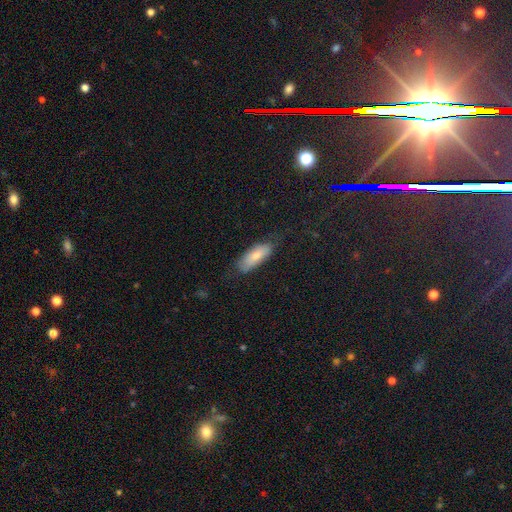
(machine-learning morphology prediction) Q: Smooth or featured?
A: smooth (77%); runner-up: featured or disk (17%)
Q: How rounded?
A: in between (72%); runner-up: cigar-shaped (26%)
Q: Merging?
A: none (67%); runner-up: minor disturbance (24%)